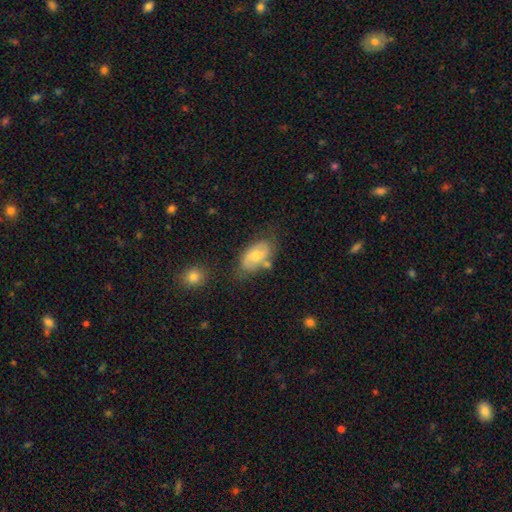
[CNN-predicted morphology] The model was most divided on "smooth or featured": smooth: 49%, featured or disk: 43%, star or artifact: 8%. More confident: merging — none (60%).